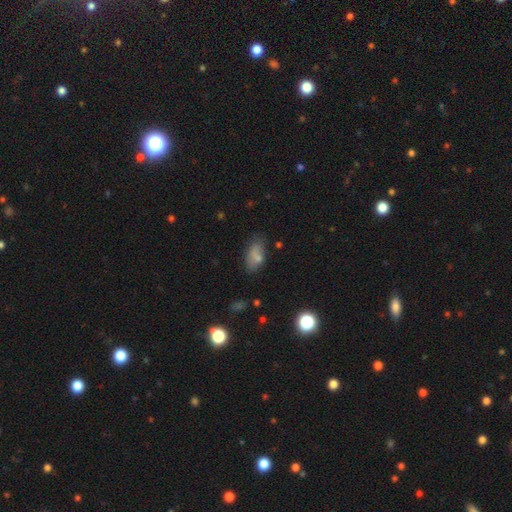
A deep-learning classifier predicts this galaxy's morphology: smooth-or-featured: smooth: 72% | featured or disk: 17% | star or artifact: 11%
  how-rounded: in between: 90% | cigar-shaped: 5% | round: 5%
  merging: none: 56% | minor disturbance: 26% | major disturbance: 10% | merger: 8%